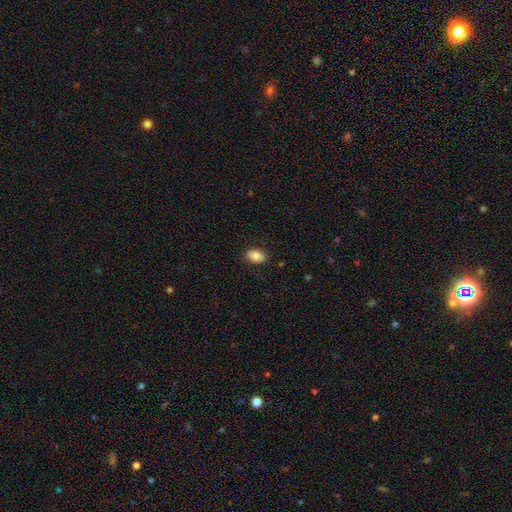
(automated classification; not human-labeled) Smooth or featured? smooth (83%)
How rounded? in between (89%)
Merging? none (85%)